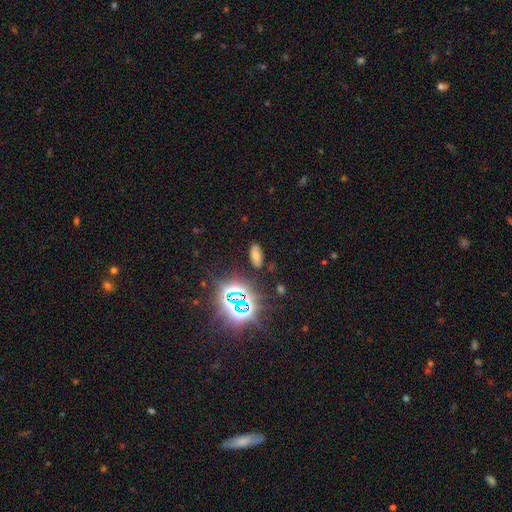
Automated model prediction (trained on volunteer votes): This is possibly a smooth galaxy (53%). How rounded: clearly in between (85%). Merging: clearly none (85%).